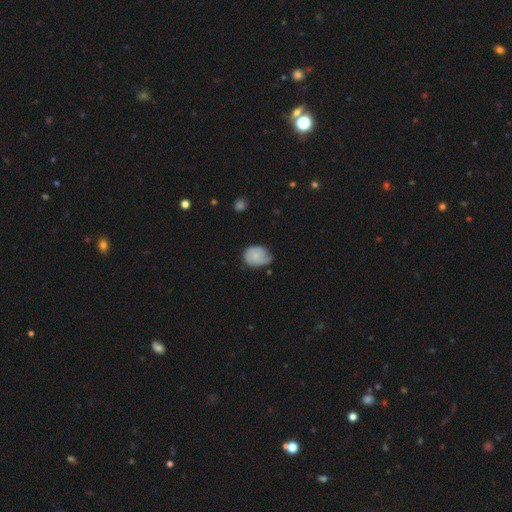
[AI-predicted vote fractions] This is likely a smooth galaxy (63%). How rounded: likely in between (60%). Merging: possibly none (46%).